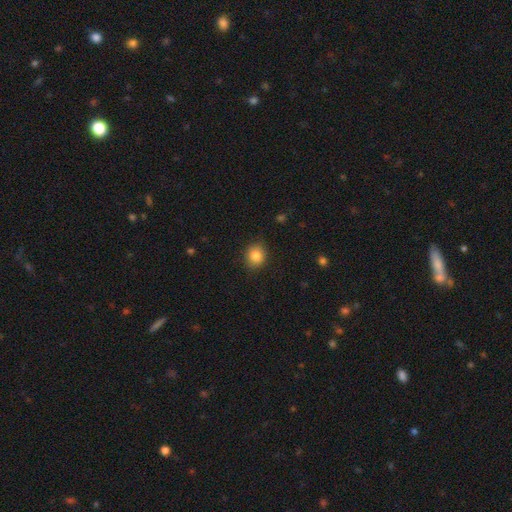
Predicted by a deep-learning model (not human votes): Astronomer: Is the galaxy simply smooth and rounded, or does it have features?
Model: smooth — 85%.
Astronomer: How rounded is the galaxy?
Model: round — 70%.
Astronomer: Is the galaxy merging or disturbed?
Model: none — 86%.